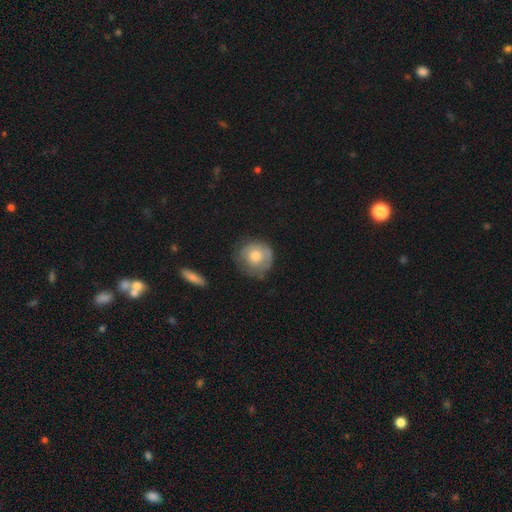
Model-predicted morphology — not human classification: type=smooth (59%); roundness=round (89%); merging=none (68%).